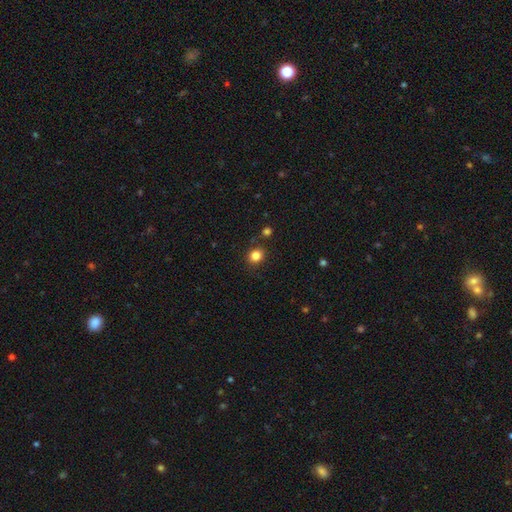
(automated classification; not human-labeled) Smooth or featured: smooth — 83% (star or artifact — 12%)
How rounded: round — 81% (in between — 18%)
Merging: none — 86% (minor disturbance — 8%)